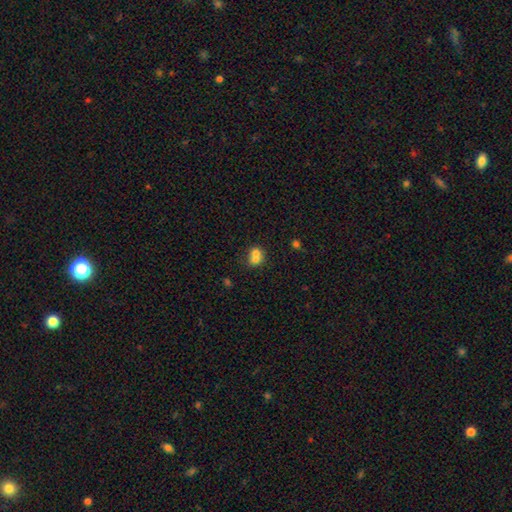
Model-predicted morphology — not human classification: Overall: smooth (69%). How rounded: round (70%). Merging: merger (66%).